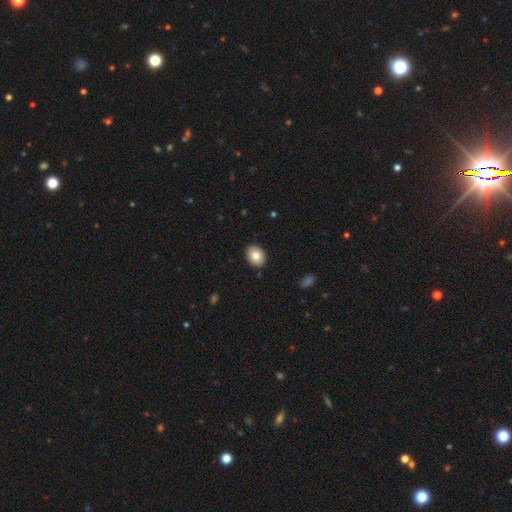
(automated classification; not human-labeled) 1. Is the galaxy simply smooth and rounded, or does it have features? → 82% smooth, 10% featured or disk, 8% star or artifact.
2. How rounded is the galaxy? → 60% in between, 39% round, 1% cigar-shaped.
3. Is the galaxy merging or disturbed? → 90% none, 7% minor disturbance, 2% major disturbance, 1% merger.